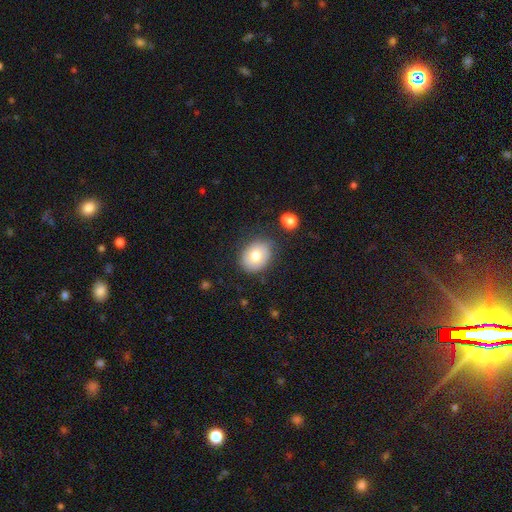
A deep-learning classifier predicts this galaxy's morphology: smooth-or-featured: smooth: 76% | featured or disk: 15% | star or artifact: 9%
  how-rounded: in between: 54% | round: 46% | cigar-shaped: 1%
  merging: none: 78% | minor disturbance: 15% | major disturbance: 4% | merger: 3%